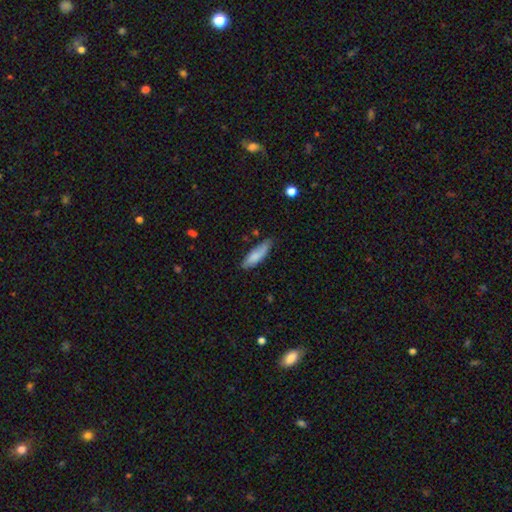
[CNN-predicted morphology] A smooth galaxy with no disk features (81%) that is cigar-shaped (50%). Merging: none (71%).